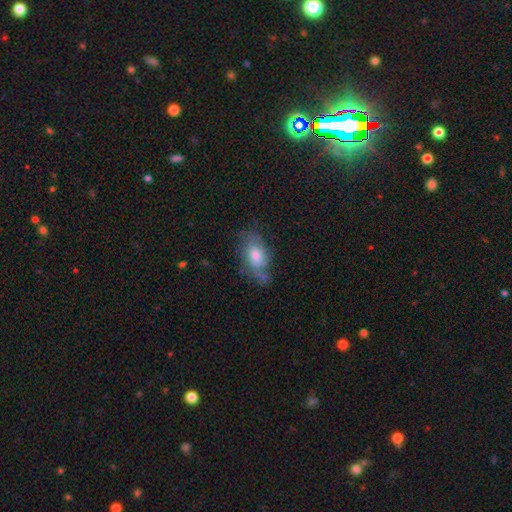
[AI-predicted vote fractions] smooth_or_featured: featured or disk (p=0.49) [alt: smooth p=0.41]
merging: none (p=0.53) [alt: minor disturbance p=0.28]